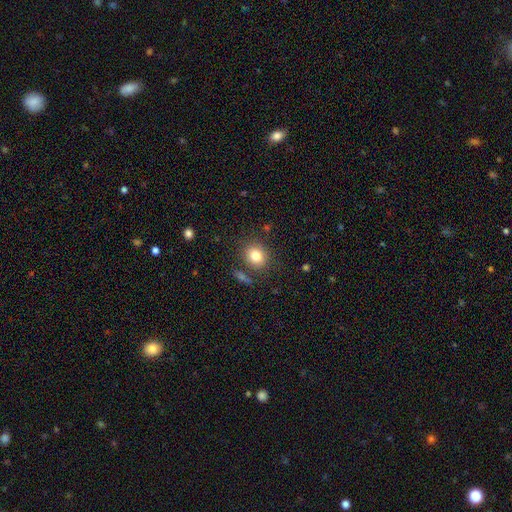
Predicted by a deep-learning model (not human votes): Smooth or featured?
  - smooth: 81% *
  - star or artifact: 11%
  - featured or disk: 8%
How rounded?
  - round: 73% *
  - in between: 26%
  - cigar-shaped: 1%
Merging?
  - none: 81% *
  - minor disturbance: 10%
  - merger: 5%
  - major disturbance: 4%